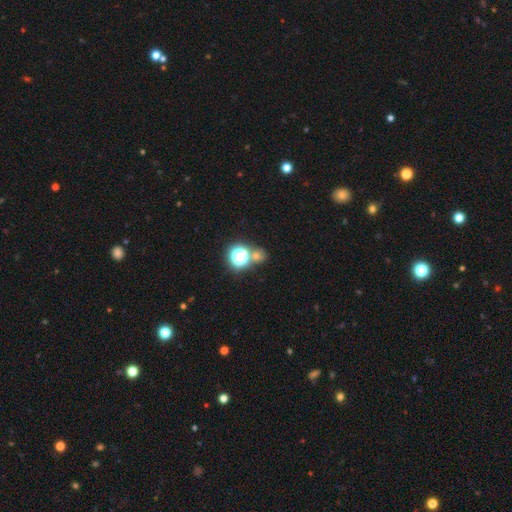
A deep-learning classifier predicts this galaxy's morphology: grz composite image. It shows a star or artifact, not a galaxy (46%).